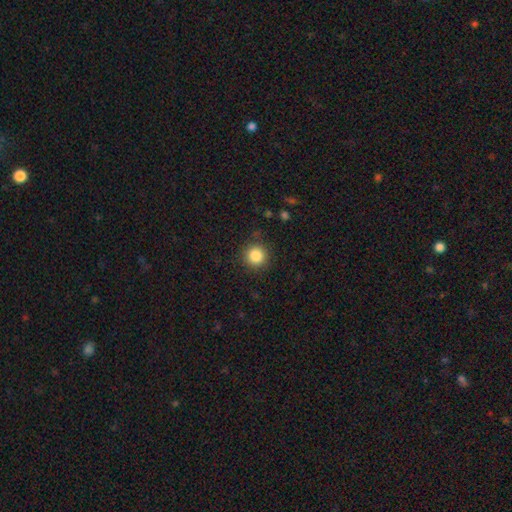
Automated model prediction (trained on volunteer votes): Q: Smooth or featured?
A: smooth (85%); runner-up: star or artifact (10%)
Q: How rounded?
A: round (94%); runner-up: in between (5%)
Q: Merging?
A: none (89%); runner-up: minor disturbance (7%)